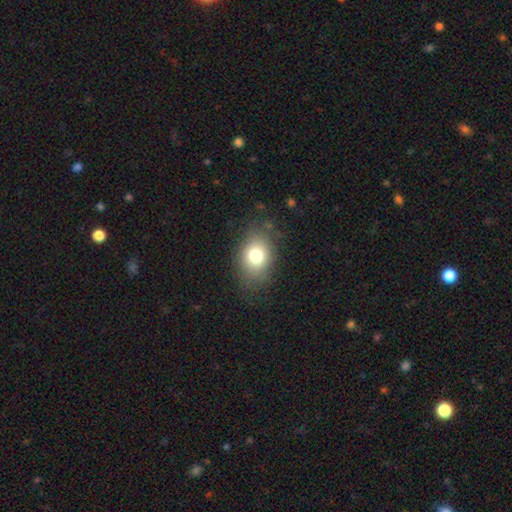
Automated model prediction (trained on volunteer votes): smooth_or_featured: smooth (p=0.76) [alt: featured or disk p=0.13]
how_rounded: in between (p=0.65) [alt: round p=0.34]
merging: none (p=0.79) [alt: minor disturbance p=0.14]